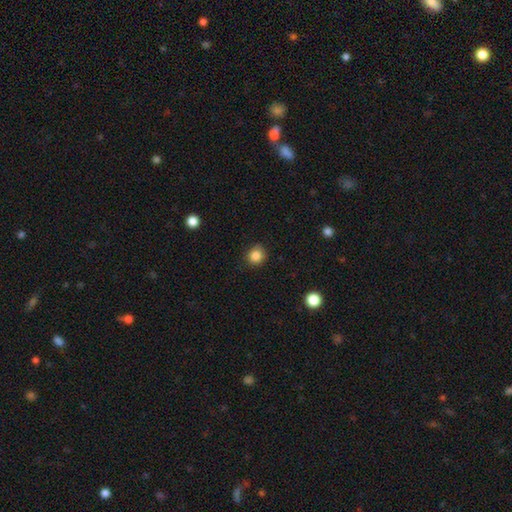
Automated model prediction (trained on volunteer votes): A smooth galaxy with no disk features (85%) that is round (87%).

Vote fractions:
- Smooth or featured? smooth: 85% / star or artifact: 11% / featured or disk: 4%
- How rounded? round: 87% / in between: 12% / cigar-shaped: 1%
- Merging? none: 84% / minor disturbance: 13% / major disturbance: 2% / merger: 1%